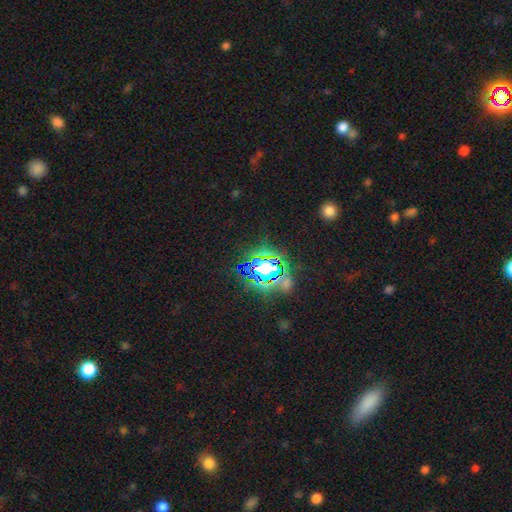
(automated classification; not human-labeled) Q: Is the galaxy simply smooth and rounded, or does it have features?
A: star or artifact — 80%.